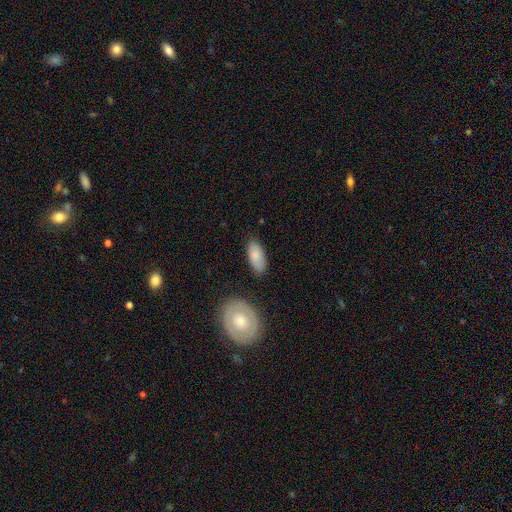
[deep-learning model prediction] smooth_or_featured: smooth (p=0.81) [alt: featured or disk p=0.13]
how_rounded: in between (p=0.89) [alt: cigar-shaped p=0.09]
merging: none (p=0.78) [alt: minor disturbance p=0.15]